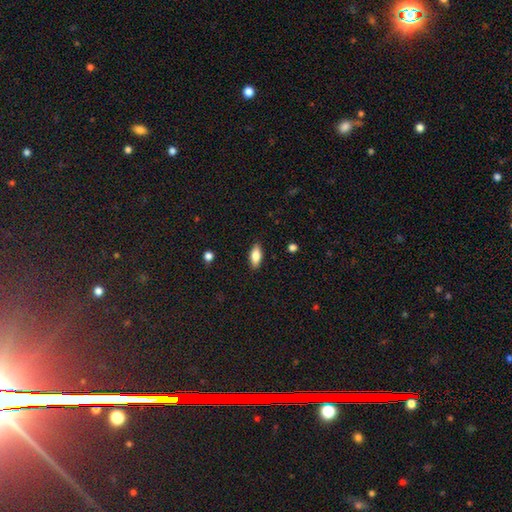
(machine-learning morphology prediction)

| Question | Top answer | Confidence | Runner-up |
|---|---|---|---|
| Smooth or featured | smooth | 78% | featured or disk (15%) |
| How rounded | in between | 81% | cigar-shaped (17%) |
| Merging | none | 88% | minor disturbance (9%) |